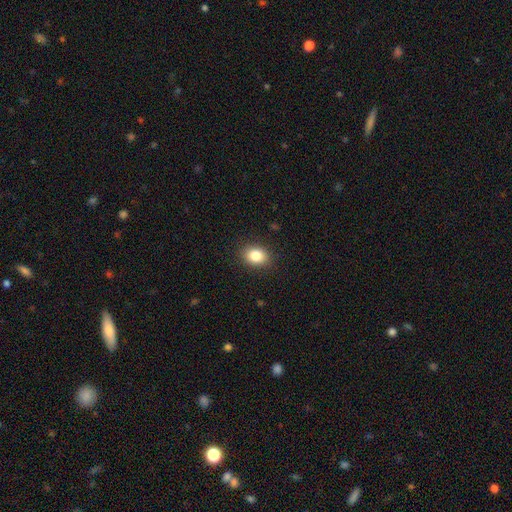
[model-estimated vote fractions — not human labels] smooth_or_featured: smooth (p=0.84) [alt: star or artifact p=0.09]
how_rounded: in between (p=0.66) [alt: round p=0.33]
merging: none (p=0.88) [alt: minor disturbance p=0.09]